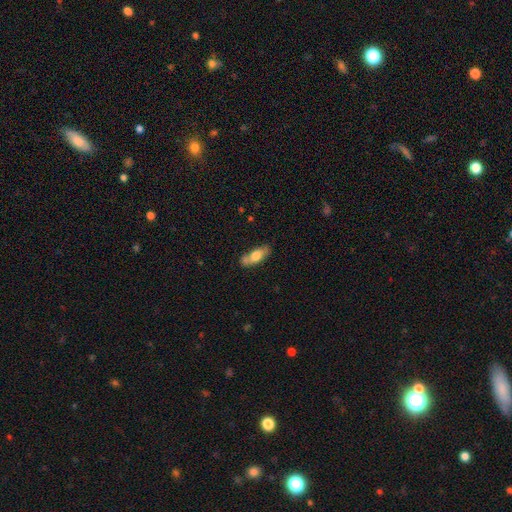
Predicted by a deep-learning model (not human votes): The model was most divided on "merging": none: 61%, minor disturbance: 21%, merger: 13%, major disturbance: 5%. More confident: how rounded — in between (71%); smooth or featured — smooth (67%).